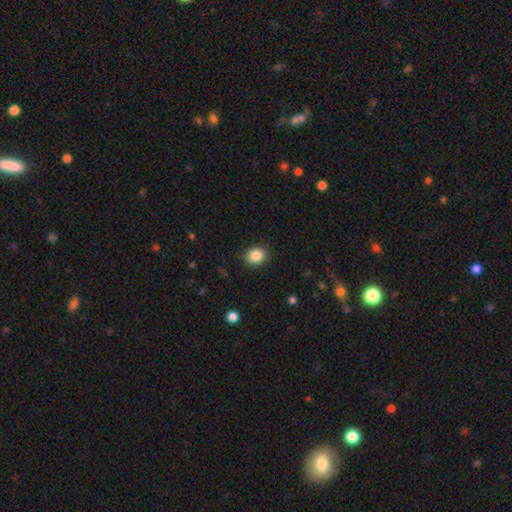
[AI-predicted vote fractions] smooth-or-featured: smooth: 85% | star or artifact: 10% | featured or disk: 5%
  how-rounded: round: 65% | in between: 34% | cigar-shaped: 1%
  merging: none: 90% | minor disturbance: 7% | major disturbance: 2% | merger: 1%